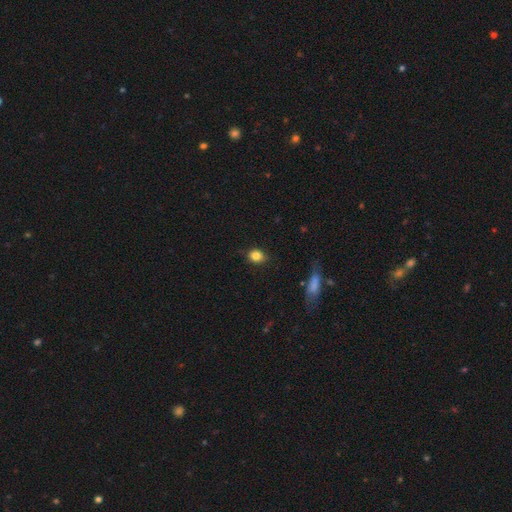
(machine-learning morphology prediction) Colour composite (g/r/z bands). It shows a smooth galaxy with no disk features (83%) that is round (65%). Merging: none (83%).